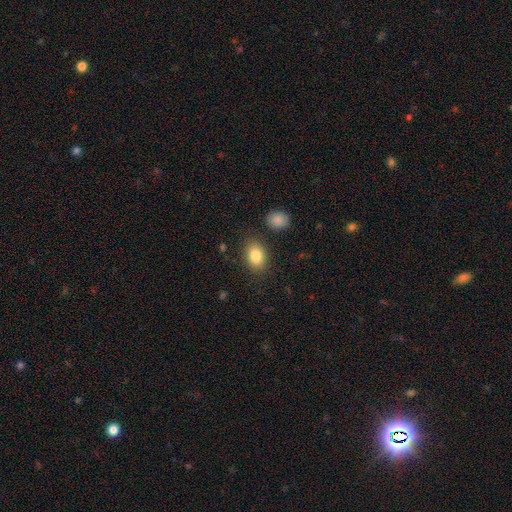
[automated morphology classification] Smooth or featured? smooth (84%)
How rounded? in between (78%)
Merging? none (83%)